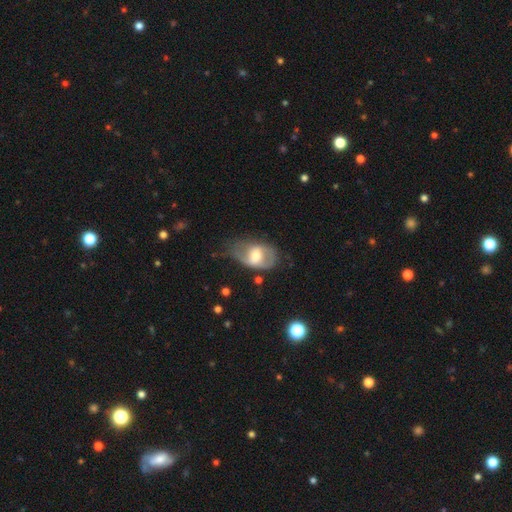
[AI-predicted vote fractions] A featured or disk galaxy (52%).

Vote fractions:
- Smooth or featured? featured or disk: 52% / smooth: 41% / star or artifact: 7%
- Edge-on disk? no: 94% / yes: 6%
- Merging? none: 35% / minor disturbance: 34% / major disturbance: 27% / merger: 4%